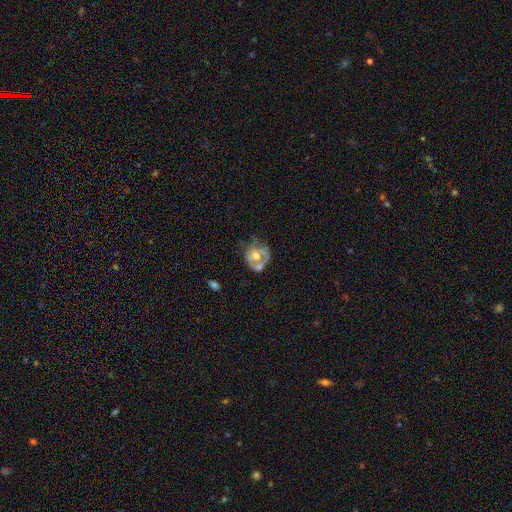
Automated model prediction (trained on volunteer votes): Smooth or featured: featured or disk — 51% (smooth — 41%)
Edge-on disk: no — 97% (yes — 3%)
Merging: none — 32% (minor disturbance — 25%)